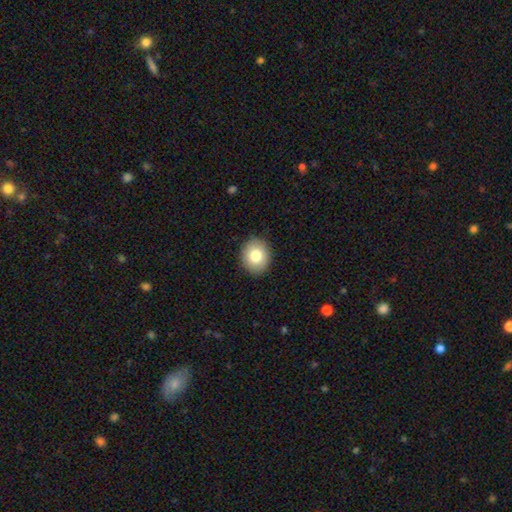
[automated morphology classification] A smooth galaxy with no disk features (81%) that is round (65%).

Vote fractions:
- Smooth or featured? smooth: 81% / featured or disk: 10% / star or artifact: 9%
- How rounded? round: 65% / in between: 34% / cigar-shaped: 1%
- Merging? none: 90% / minor disturbance: 7% / major disturbance: 2% / merger: 1%